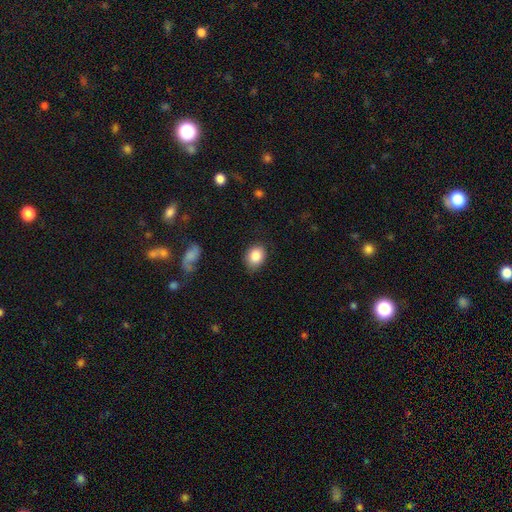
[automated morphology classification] Smooth or featured: smooth — 85% (star or artifact — 8%)
How rounded: in between — 60% (round — 39%)
Merging: none — 77% (minor disturbance — 18%)